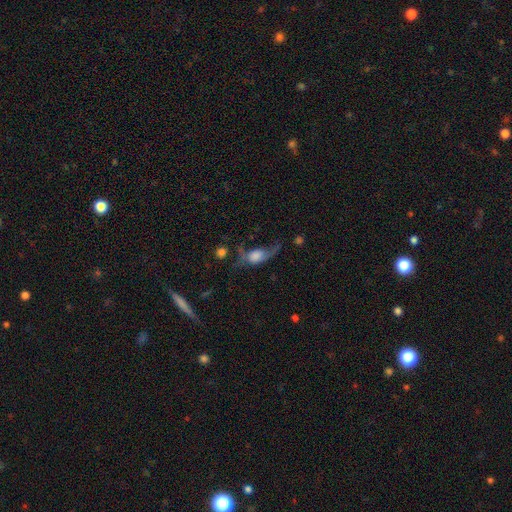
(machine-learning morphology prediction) Smooth or featured? Predicted: featured or disk (p=0.50). Edge-on disk? Predicted: no (p=0.73). Merging? Predicted: major disturbance (p=0.44).